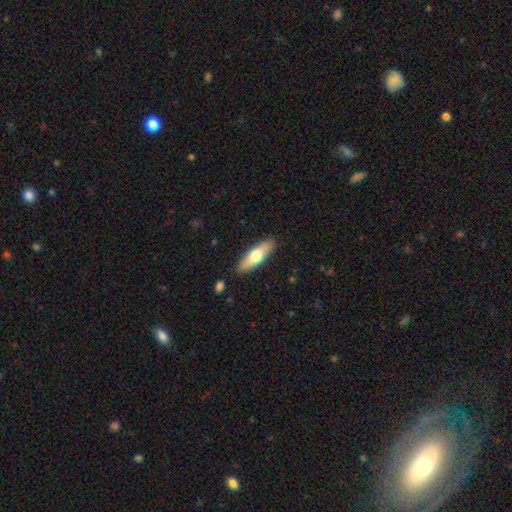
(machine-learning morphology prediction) A smooth galaxy with no disk features (64%) that is cigar-shaped (51%). Merging: none (87%).